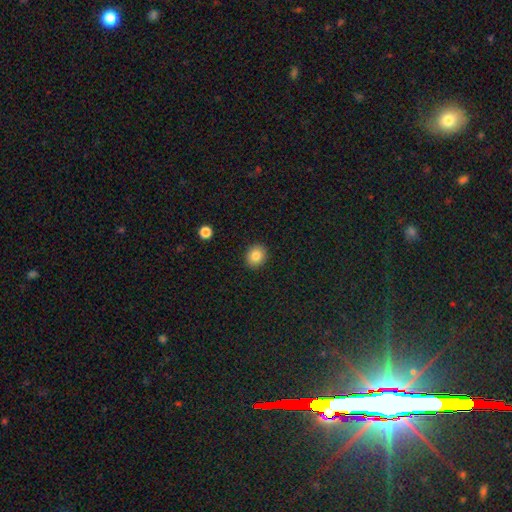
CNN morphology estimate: This is clearly a smooth galaxy (84%). How rounded: likely round (70%). Merging: clearly none (91%).